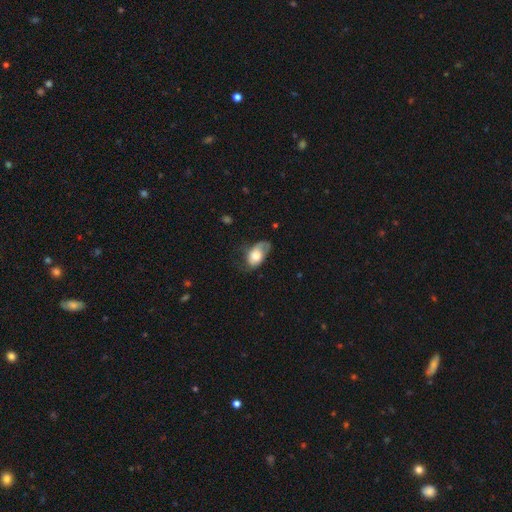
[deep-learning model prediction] Smooth or featured? smooth (63%)
How rounded? in between (90%)
Merging? none (38%)